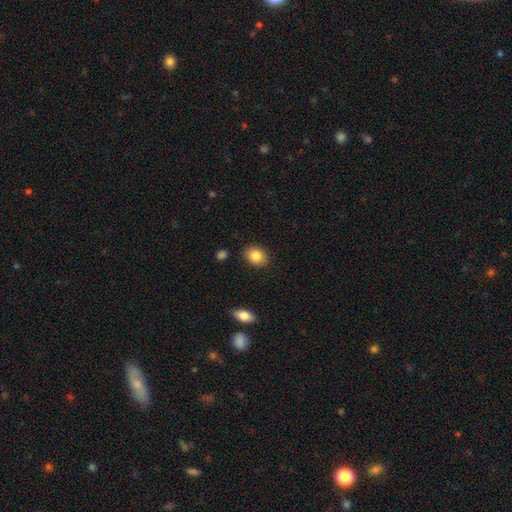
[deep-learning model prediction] Smooth or featured: smooth — 85% (star or artifact — 8%)
How rounded: in between — 63% (round — 36%)
Merging: none — 88% (minor disturbance — 9%)